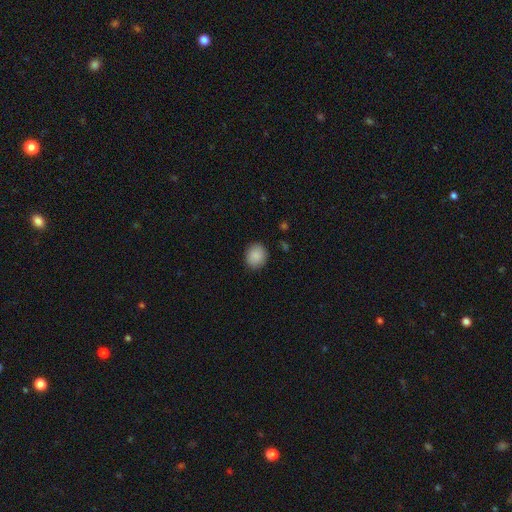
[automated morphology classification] smooth 89%, star or artifact 8%, featured or disk 3%. Down the decision tree: how rounded — round (74%); merging — none (88%).